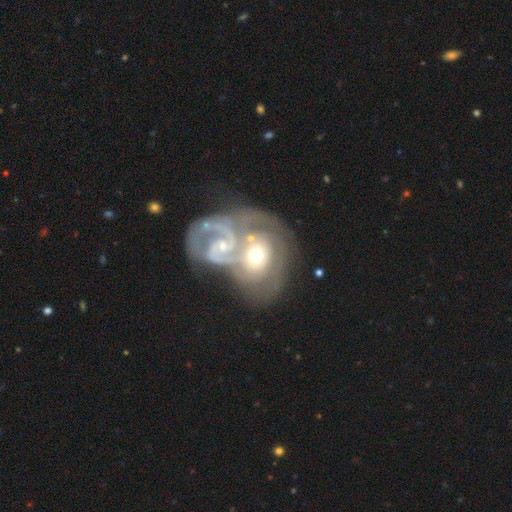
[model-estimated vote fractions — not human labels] This appears to be a featured or disk galaxy (79%) with no bar (66%), 2 (62%) tight (47%) spiral arms (90%) and a moderate central bulge (59%). Merging: merger (68%).